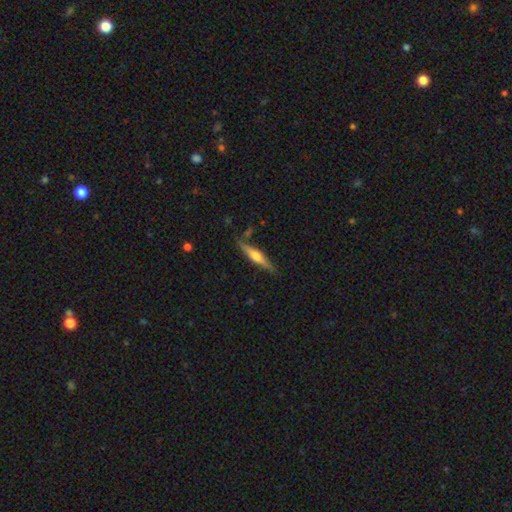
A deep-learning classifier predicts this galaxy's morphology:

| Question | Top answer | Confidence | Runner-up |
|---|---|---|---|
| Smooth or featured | featured or disk | 58% | smooth (36%) |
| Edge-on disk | yes | 95% | no (5%) |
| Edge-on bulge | rounded | 86% | boxy (8%) |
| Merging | none | 82% | minor disturbance (12%) |